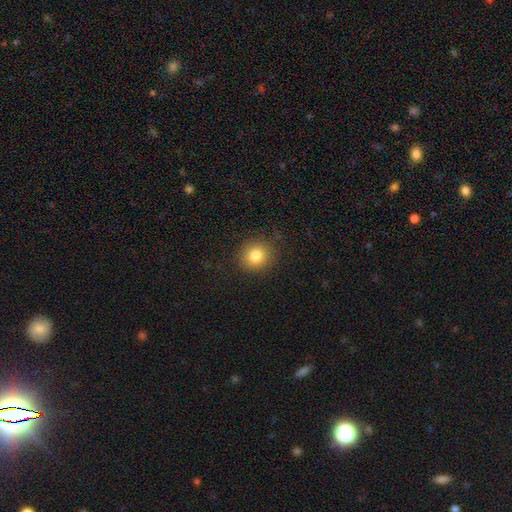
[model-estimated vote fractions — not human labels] Morphology: type=smooth (82%); roundness=round (86%); merging=none (89%).